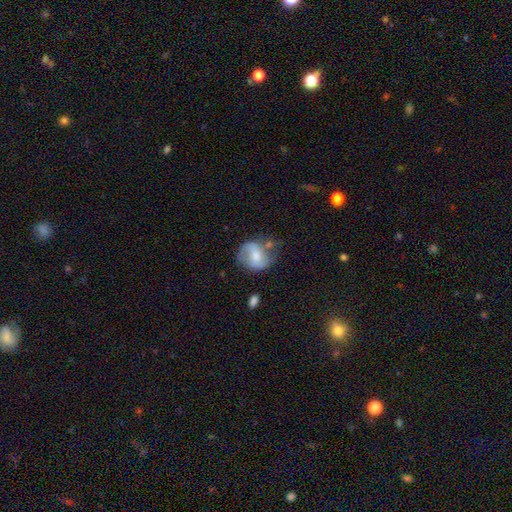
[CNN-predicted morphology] A featured or disk galaxy (49%). Merging: none (48%).